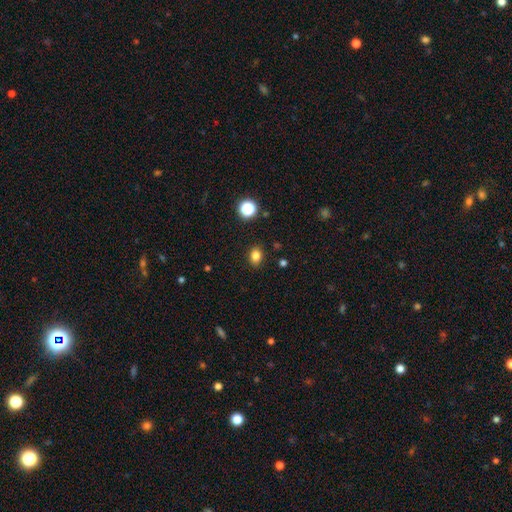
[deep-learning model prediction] This appears to be a smooth galaxy with no disk features (82%) that is in between round and cigar-shaped (63%). Merging: none (87%).